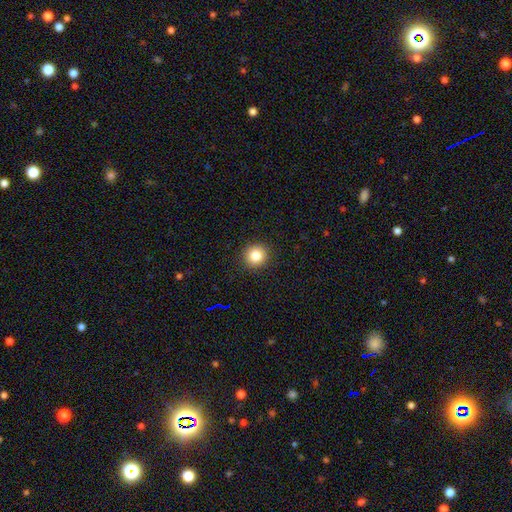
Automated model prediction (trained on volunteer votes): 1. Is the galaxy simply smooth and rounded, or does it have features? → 83% smooth, 11% star or artifact, 6% featured or disk.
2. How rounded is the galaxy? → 92% round, 8% in between, 1% cigar-shaped.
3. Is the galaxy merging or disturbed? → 92% none, 6% minor disturbance, 2% major disturbance, 1% merger.